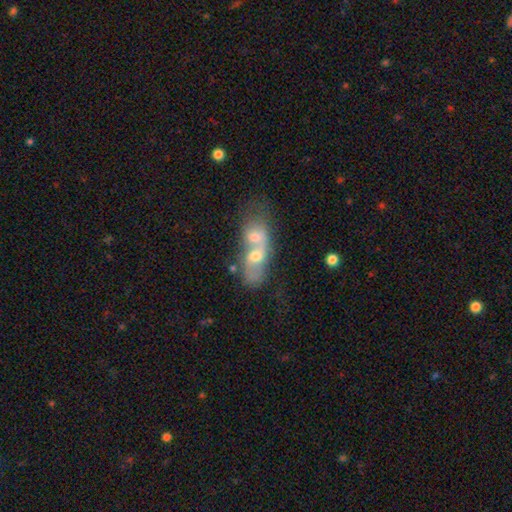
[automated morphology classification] A smooth galaxy with no disk features (47%). Merging: merger (79%).